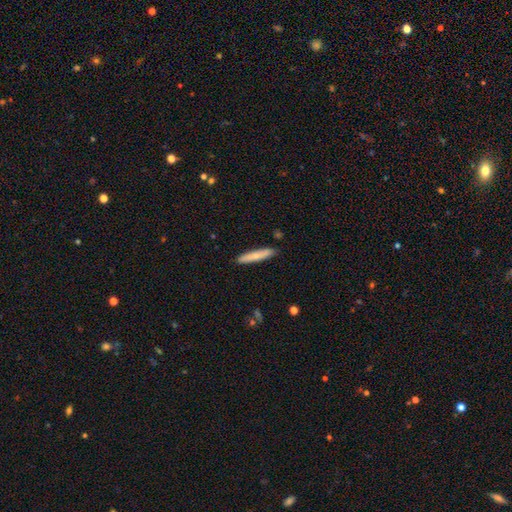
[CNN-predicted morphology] A smooth galaxy with no disk features (69%) that is cigar-shaped (91%). Merging: none (89%).